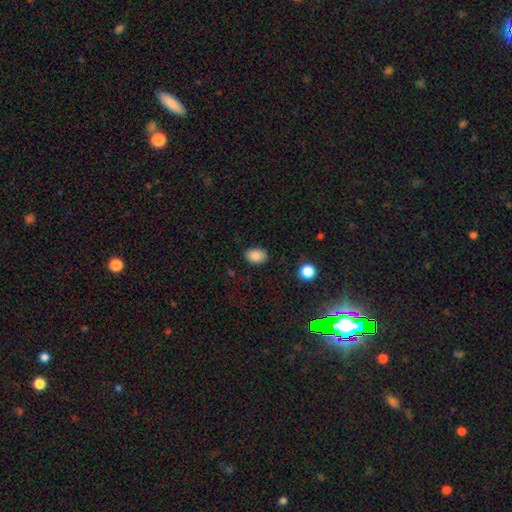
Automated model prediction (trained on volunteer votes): This is clearly a smooth galaxy (87%). How rounded: likely in between (73%). Merging: clearly none (85%).